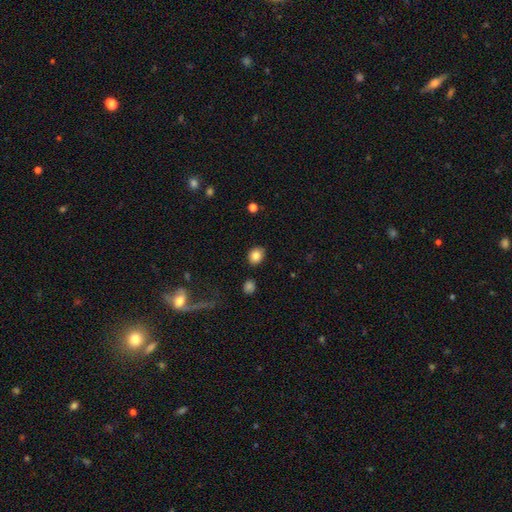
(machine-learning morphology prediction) smooth_or_featured: smooth (p=0.83) [alt: star or artifact p=0.10]
how_rounded: round (p=0.56) [alt: in between p=0.43]
merging: none (p=0.86) [alt: minor disturbance p=0.09]